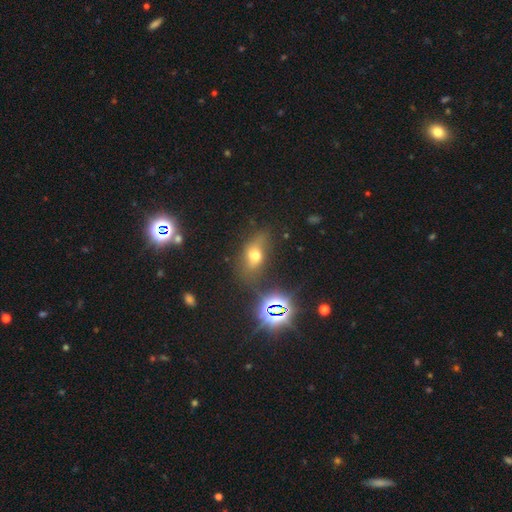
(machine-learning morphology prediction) Smooth or featured? Predicted: smooth (p=0.50). How rounded? Predicted: in between (p=0.78). Merging? Predicted: none (p=0.59).